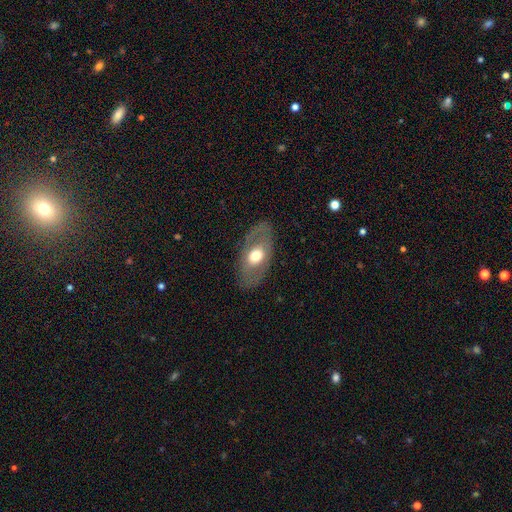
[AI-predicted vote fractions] Q: Smooth or featured?
A: featured or disk (48%); runner-up: smooth (46%)
Q: Merging?
A: none (81%); runner-up: minor disturbance (13%)